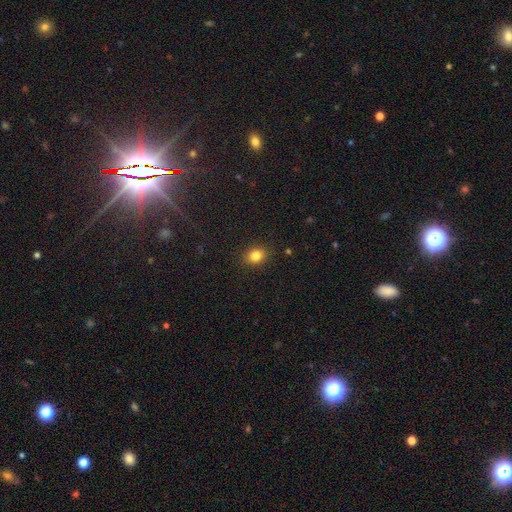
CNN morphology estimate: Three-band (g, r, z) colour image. It shows a smooth galaxy with no disk features (83%) that is round (59%). Merging: none (89%).